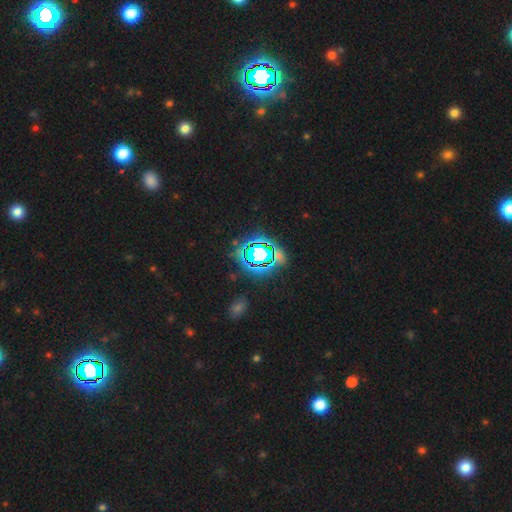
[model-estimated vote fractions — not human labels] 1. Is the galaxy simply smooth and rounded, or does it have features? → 75% star or artifact, 15% smooth, 10% featured or disk.